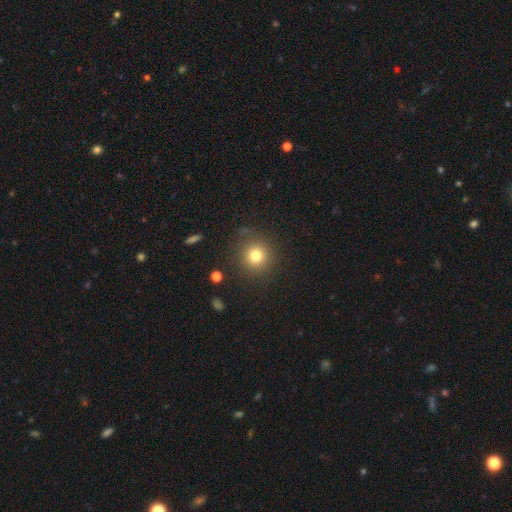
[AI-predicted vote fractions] Smooth or featured?
  - smooth: 78% *
  - star or artifact: 13%
  - featured or disk: 8%
How rounded?
  - round: 93% *
  - in between: 6%
  - cigar-shaped: 1%
Merging?
  - none: 86% *
  - minor disturbance: 9%
  - major disturbance: 4%
  - merger: 2%